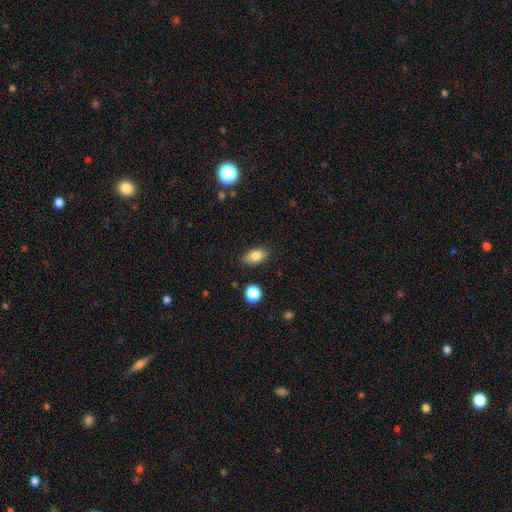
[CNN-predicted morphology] smooth 83%, star or artifact 8%, featured or disk 8%. Down the decision tree: how rounded — in between (88%); merging — none (82%).